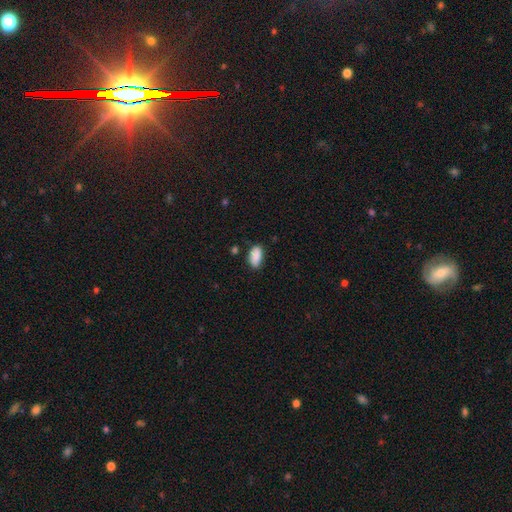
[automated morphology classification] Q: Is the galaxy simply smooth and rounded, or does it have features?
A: smooth — 89%.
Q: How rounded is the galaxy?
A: in between — 92%.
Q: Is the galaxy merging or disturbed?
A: none — 76%.